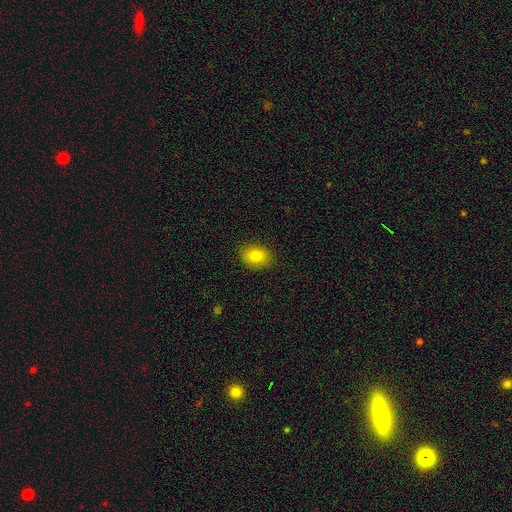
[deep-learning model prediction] smooth 81%, star or artifact 10%, featured or disk 10%. Down the decision tree: how rounded — in between (64%); merging — none (87%).